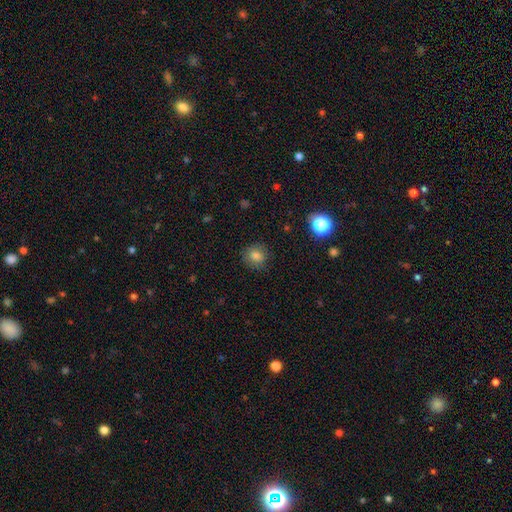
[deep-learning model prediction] smooth_or_featured: smooth (p=0.81) [alt: star or artifact p=0.13]
how_rounded: round (p=0.73) [alt: in between p=0.26]
merging: none (p=0.83) [alt: minor disturbance p=0.12]